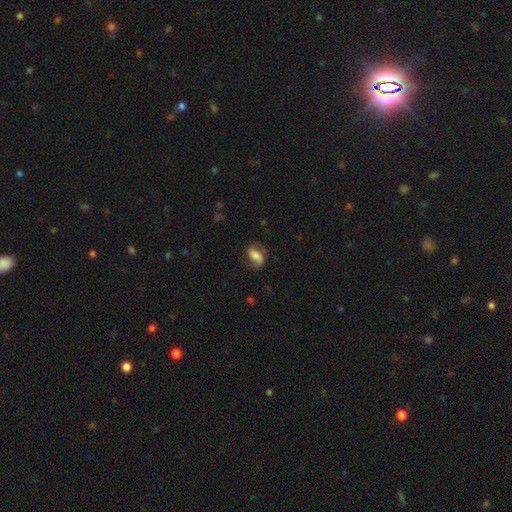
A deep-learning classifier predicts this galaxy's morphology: This is possibly a smooth galaxy (54%). How rounded: clearly in between (85%). Merging: likely none (69%).